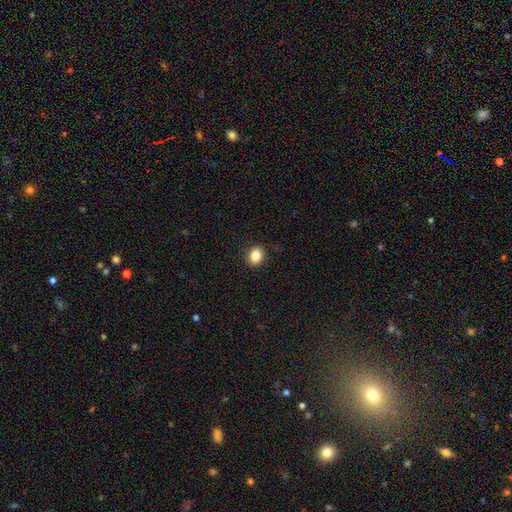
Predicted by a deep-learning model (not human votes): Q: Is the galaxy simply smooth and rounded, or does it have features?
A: smooth — 85%.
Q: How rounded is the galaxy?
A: round — 54%.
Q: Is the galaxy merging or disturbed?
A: none — 90%.